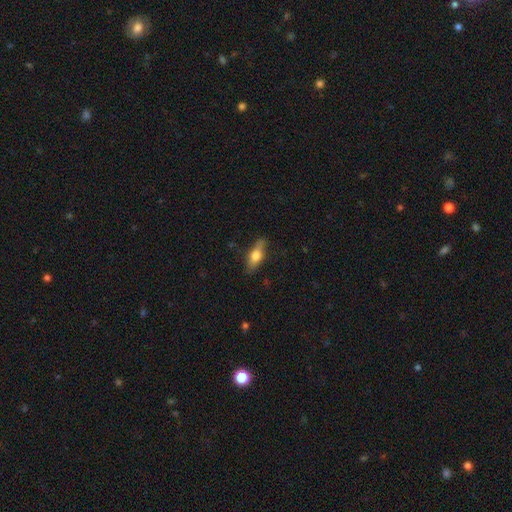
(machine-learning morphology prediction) Smooth or featured? Predicted: smooth (p=0.63). How rounded? Predicted: in between (p=0.62). Merging? Predicted: none (p=0.79).